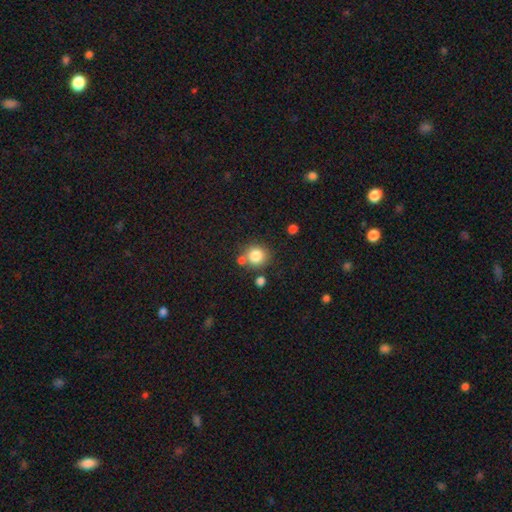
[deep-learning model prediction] smooth-or-featured: smooth: 83% | star or artifact: 11% | featured or disk: 7%
  how-rounded: round: 89% | in between: 10% | cigar-shaped: 1%
  merging: none: 70% | merger: 16% | minor disturbance: 11% | major disturbance: 4%